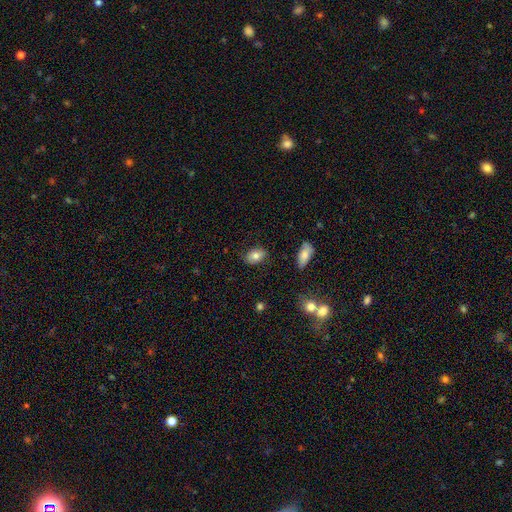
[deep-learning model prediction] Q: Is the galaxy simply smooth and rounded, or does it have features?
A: smooth — 80%.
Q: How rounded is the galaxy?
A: in between — 83%.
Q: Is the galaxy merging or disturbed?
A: none — 85%.